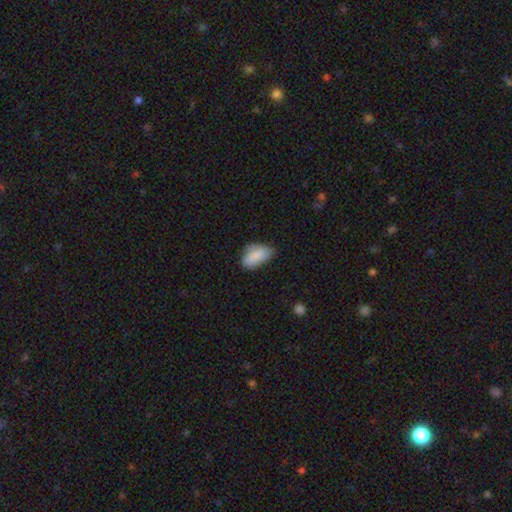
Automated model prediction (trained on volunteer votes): A smooth galaxy with no disk features (83%) that is in between round and cigar-shaped (93%). Merging: none (55%).